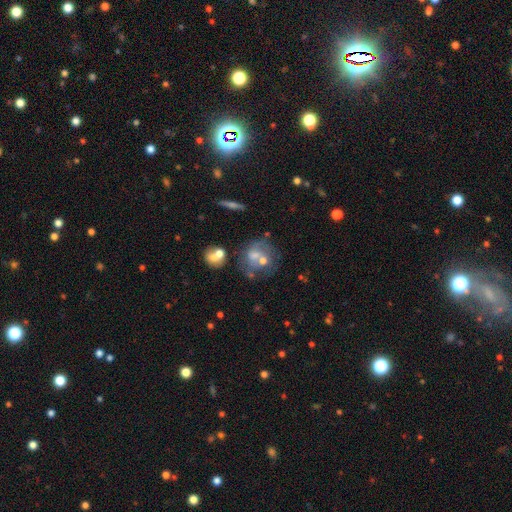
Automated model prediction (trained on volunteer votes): smooth_or_featured: featured or disk (p=0.42) [alt: smooth p=0.38]
merging: none (p=0.46) [alt: merger p=0.31]